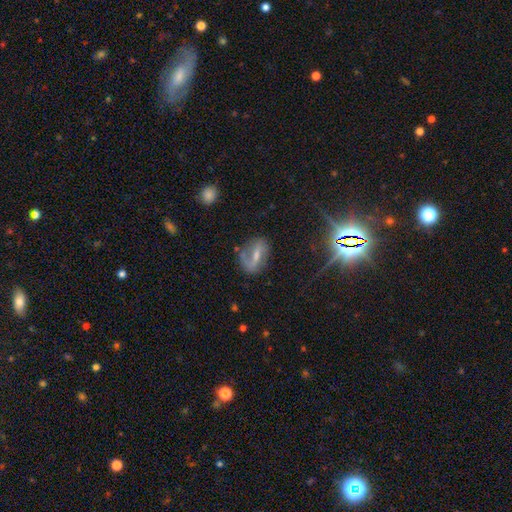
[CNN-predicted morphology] Smooth or featured: featured or disk — 55% (smooth — 29%)
Edge-on disk: no — 92% (yes — 8%)
Bar: strong — 41% (weak — 38%)
Spiral arms: yes — 66% (no — 34%)
Bulge size: small — 45% (moderate — 37%)
Merging: none — 63% (minor disturbance — 21%)